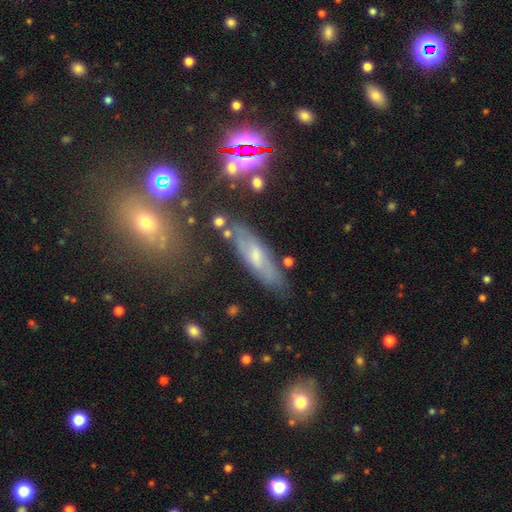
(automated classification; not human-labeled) Morphology: type=featured or disk (46%); merging=none (74%).